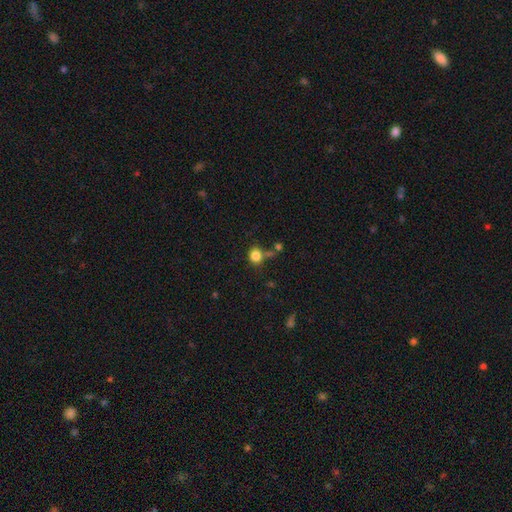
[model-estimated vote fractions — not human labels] A smooth galaxy with no disk features (83%) that is round (74%). Merging: none (65%).